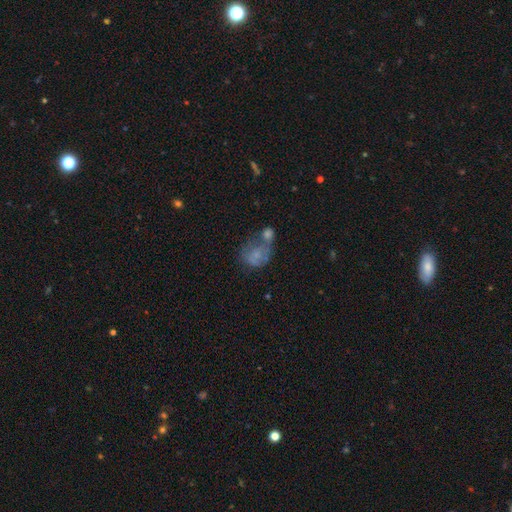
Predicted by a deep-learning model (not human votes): smooth_or_featured: smooth (p=0.60) [alt: featured or disk p=0.29]
how_rounded: round (p=0.50) [alt: in between p=0.49]
merging: merger (p=0.47) [alt: none p=0.20]